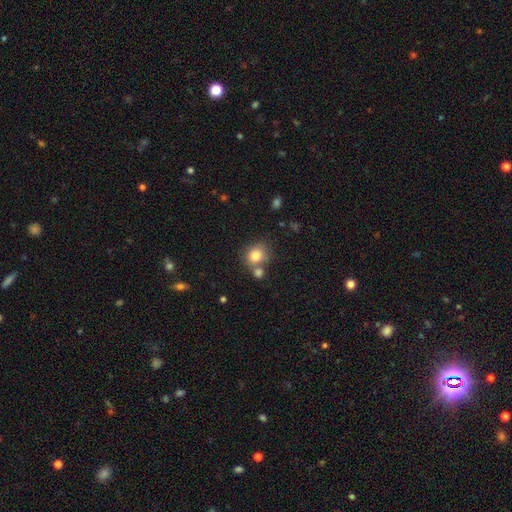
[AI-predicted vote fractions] The model was most divided on "merging": none: 56%, merger: 28%, minor disturbance: 12%, major disturbance: 4%. More confident: smooth or featured — smooth (81%); how rounded — round (76%).